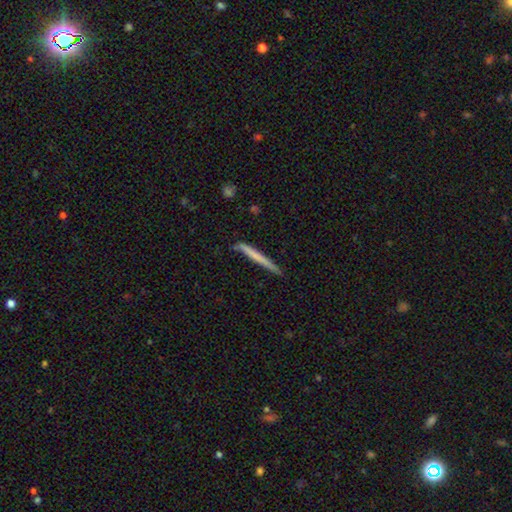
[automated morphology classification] smooth-or-featured: smooth: 62% | featured or disk: 33% | star or artifact: 5%
  how-rounded: cigar-shaped: 97% | in between: 2% | round: 1%
  merging: none: 85% | minor disturbance: 11% | major disturbance: 2% | merger: 2%